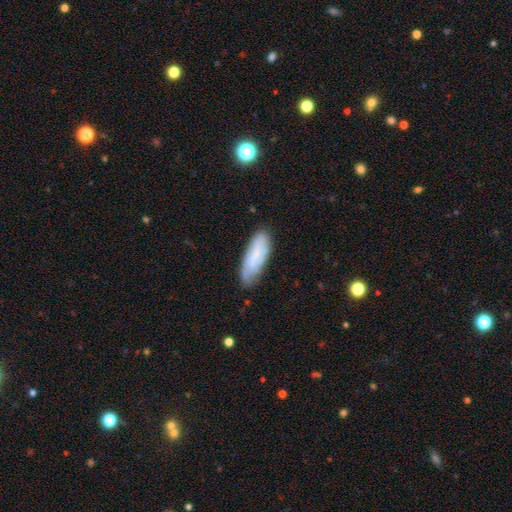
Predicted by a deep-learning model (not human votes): The model was most divided on "how rounded": in between: 60%, cigar-shaped: 39%, round: 2%. More confident: merging — none (70%); smooth or featured — smooth (64%).